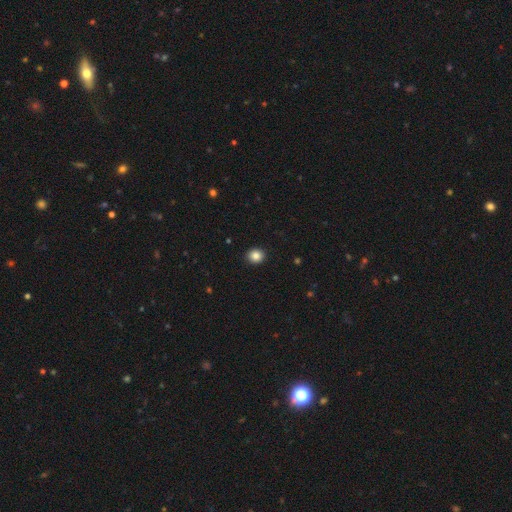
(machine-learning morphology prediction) Smooth or featured?
  - smooth: 86% *
  - star or artifact: 10%
  - featured or disk: 4%
How rounded?
  - round: 78% *
  - in between: 21%
  - cigar-shaped: 1%
Merging?
  - none: 92% *
  - minor disturbance: 6%
  - major disturbance: 2%
  - merger: 1%